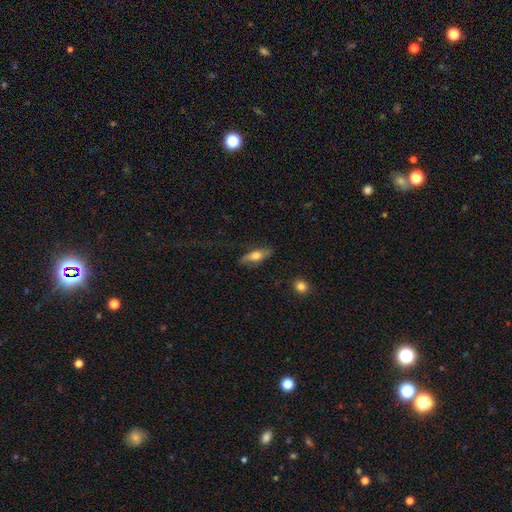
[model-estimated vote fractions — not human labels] This appears to be a smooth galaxy with no disk features (61%) that is in between round and cigar-shaped (60%). Merging: none (79%).